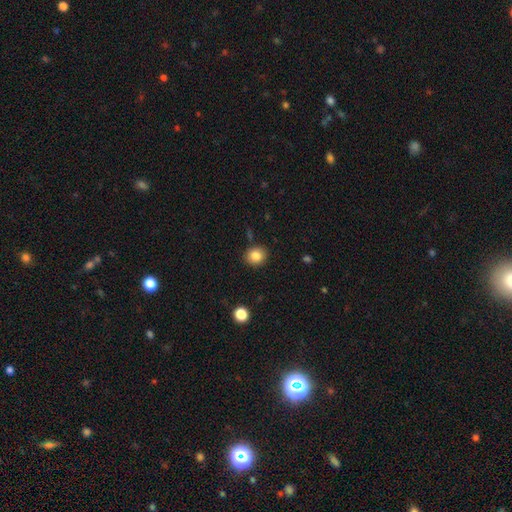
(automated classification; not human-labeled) This appears to be a smooth galaxy with no disk features (84%) that is round (74%). Merging: none (87%).